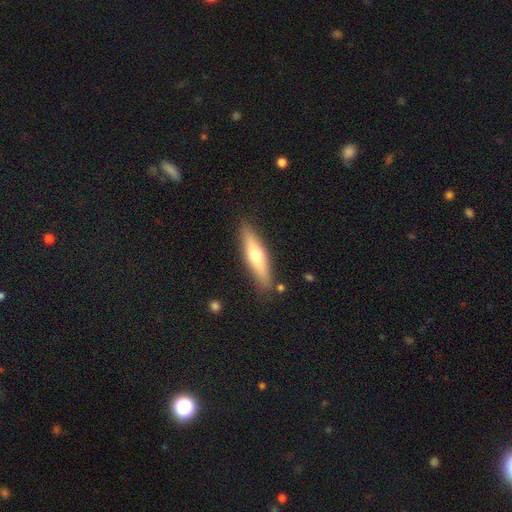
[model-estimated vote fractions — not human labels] Smooth or featured? smooth (53%)
How rounded? cigar-shaped (71%)
Merging? none (85%)